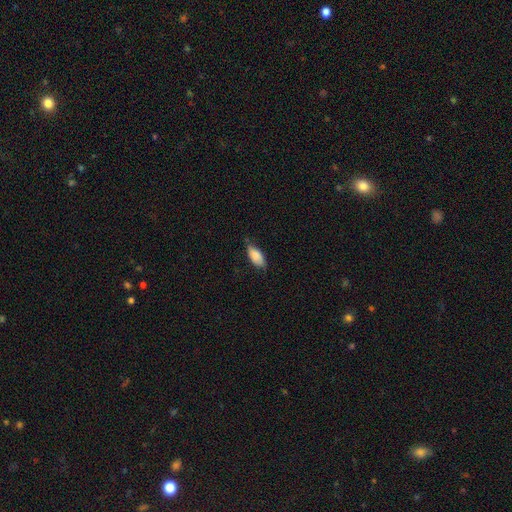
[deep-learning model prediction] Smooth or featured: smooth — 85% (featured or disk — 9%)
How rounded: in between — 90% (cigar-shaped — 8%)
Merging: none — 66% (minor disturbance — 28%)